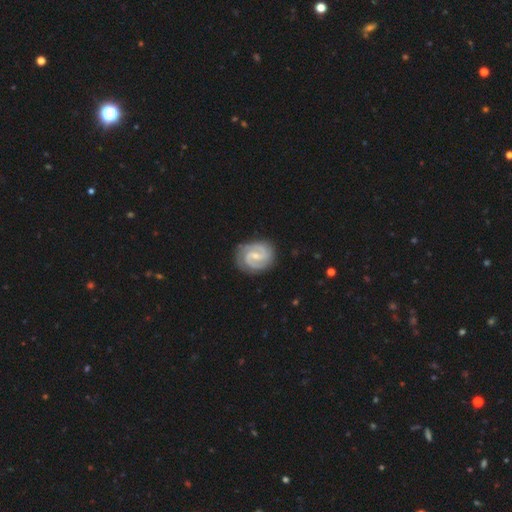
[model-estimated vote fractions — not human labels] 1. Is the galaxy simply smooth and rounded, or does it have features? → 90% featured or disk, 6% smooth, 4% star or artifact.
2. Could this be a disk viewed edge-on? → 98% no, 2% yes.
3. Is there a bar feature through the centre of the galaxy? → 54% weak, 28% no, 18% strong.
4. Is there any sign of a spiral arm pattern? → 98% yes, 2% no.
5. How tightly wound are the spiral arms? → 48% medium, 42% tight, 10% loose.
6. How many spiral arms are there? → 90% 2, 4% 3, 3% can't tell, 1% 1, 1% 4, 1% more than 4.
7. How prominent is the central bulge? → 63% small, 30% moderate, 5% none, 1% large, 1% dominant.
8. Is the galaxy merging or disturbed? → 82% none, 13% minor disturbance, 4% major disturbance, 1% merger.